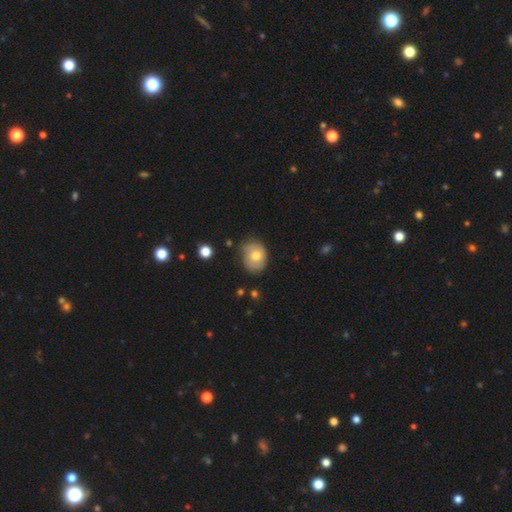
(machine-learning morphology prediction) Q: Smooth or featured?
A: smooth (65%); runner-up: featured or disk (27%)
Q: How rounded?
A: in between (50%); runner-up: round (49%)
Q: Merging?
A: none (65%); runner-up: minor disturbance (27%)